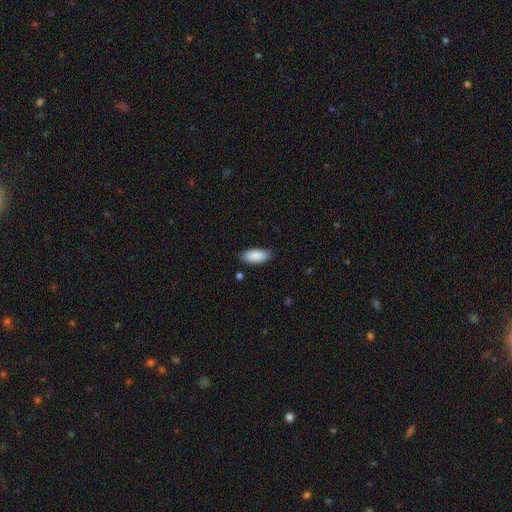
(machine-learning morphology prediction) Smooth or featured?
  - smooth: 89% *
  - star or artifact: 6%
  - featured or disk: 5%
How rounded?
  - in between: 86% *
  - cigar-shaped: 13%
  - round: 2%
Merging?
  - none: 86% *
  - minor disturbance: 10%
  - major disturbance: 2%
  - merger: 1%